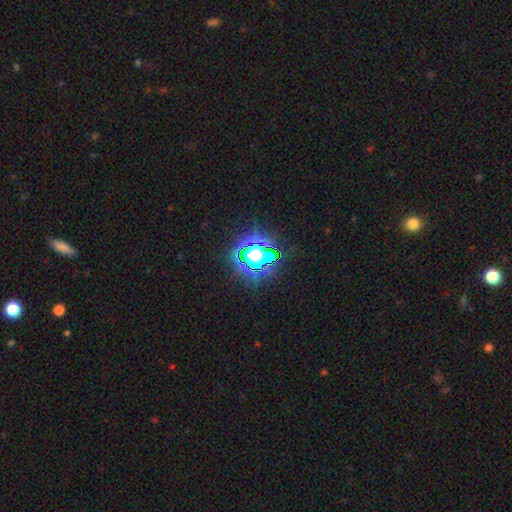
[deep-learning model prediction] Overall: star or artifact (61%; smooth 27%).